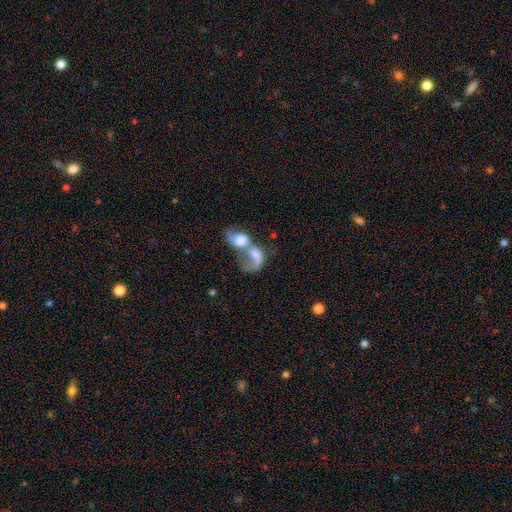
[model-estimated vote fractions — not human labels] Overall: featured or disk (47%; smooth 43%). Merging: merger (81%).